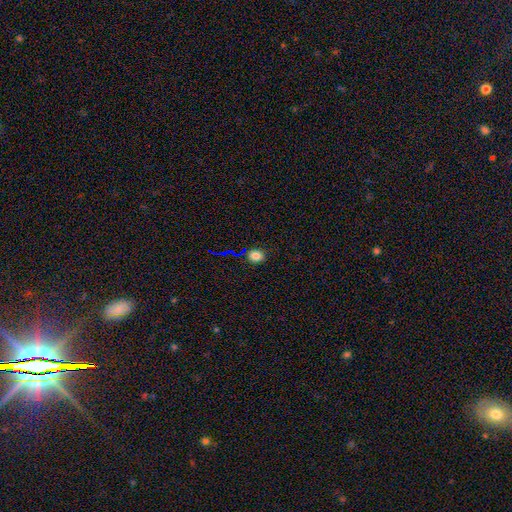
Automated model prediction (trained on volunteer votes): Smooth or featured? smooth (79%)
How rounded? round (63%)
Merging? none (84%)